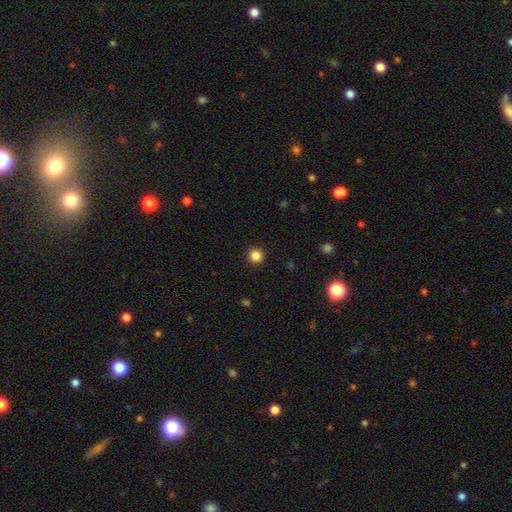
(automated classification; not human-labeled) smooth 85%, star or artifact 11%, featured or disk 3%. Down the decision tree: how rounded — round (95%); merging — none (93%).